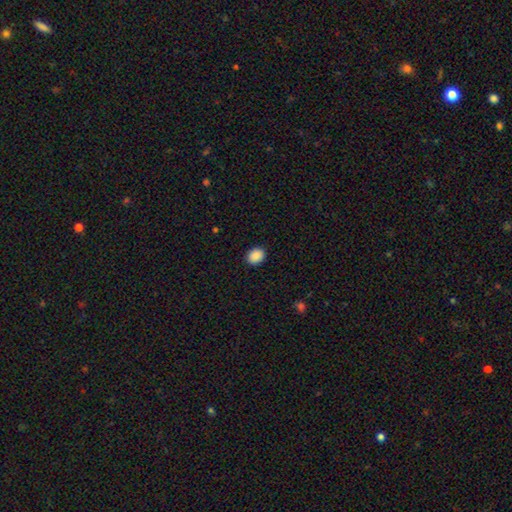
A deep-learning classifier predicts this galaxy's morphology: Q: Smooth or featured?
A: smooth (90%); runner-up: star or artifact (8%)
Q: How rounded?
A: round (52%); runner-up: in between (47%)
Q: Merging?
A: none (91%); runner-up: minor disturbance (6%)